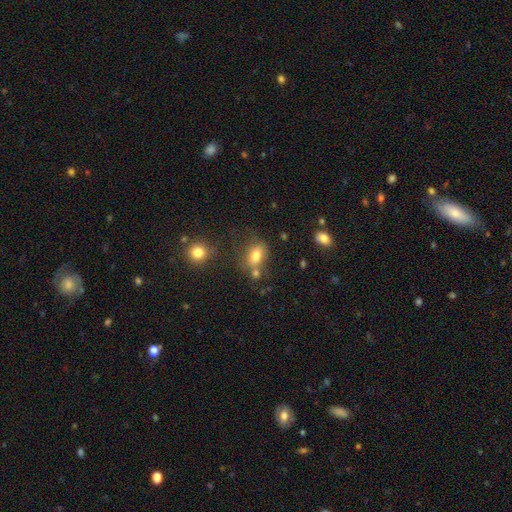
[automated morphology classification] The model was most divided on "merging": none: 54%, merger: 21%, minor disturbance: 17%, major disturbance: 7%. More confident: how rounded — in between (78%); smooth or featured — smooth (77%).